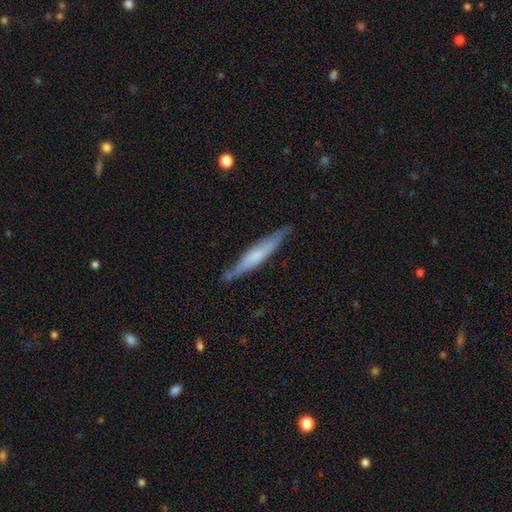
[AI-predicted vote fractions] A featured or disk galaxy (50%) viewed edge-on (91%). Merging: none (82%).